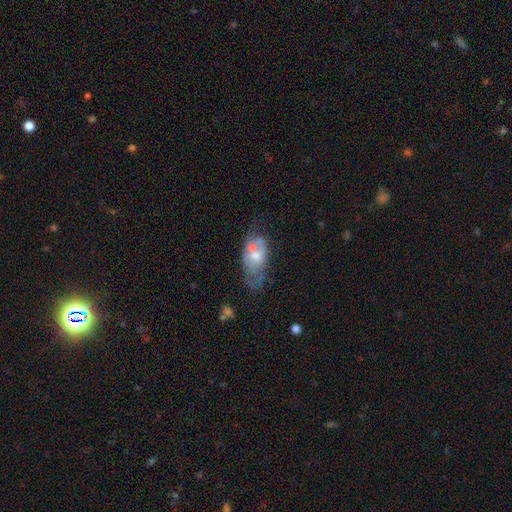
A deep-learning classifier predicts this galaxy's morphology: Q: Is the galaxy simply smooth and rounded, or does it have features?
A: featured or disk — 48%.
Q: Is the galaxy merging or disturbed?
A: none — 34%.